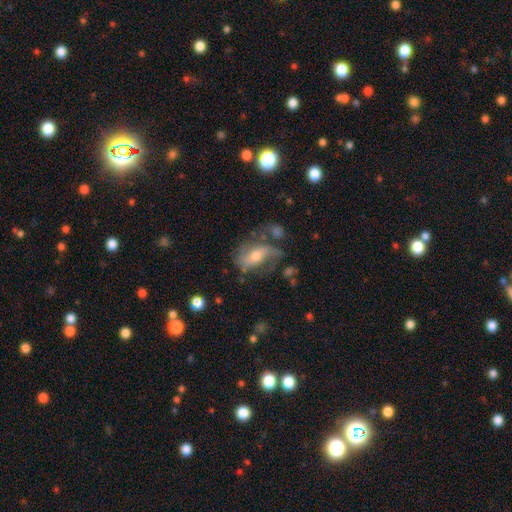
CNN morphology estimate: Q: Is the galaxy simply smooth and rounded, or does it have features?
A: featured or disk — 66%.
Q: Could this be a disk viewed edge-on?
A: no — 93%.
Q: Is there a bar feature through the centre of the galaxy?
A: no — 38%.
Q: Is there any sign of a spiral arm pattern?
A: yes — 81%.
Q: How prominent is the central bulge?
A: moderate — 56%.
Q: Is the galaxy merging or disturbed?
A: none — 45%.